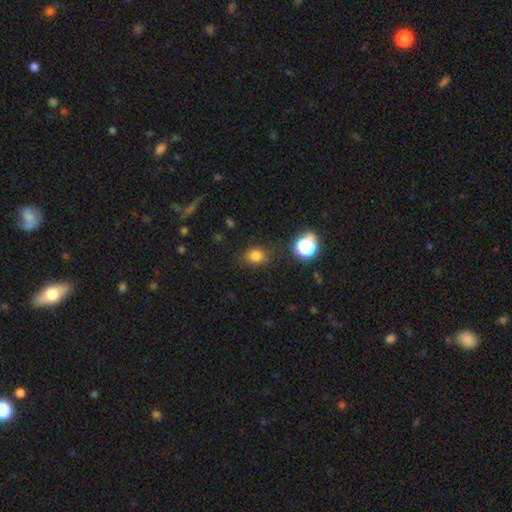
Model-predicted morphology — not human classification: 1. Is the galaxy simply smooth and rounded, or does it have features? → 77% smooth, 17% star or artifact, 6% featured or disk.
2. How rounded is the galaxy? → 55% round, 44% in between, 1% cigar-shaped.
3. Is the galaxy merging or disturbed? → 78% none, 15% minor disturbance, 5% major disturbance, 3% merger.